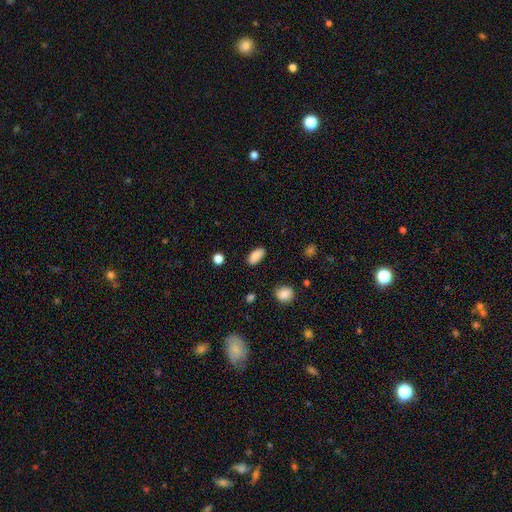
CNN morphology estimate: Q: Smooth or featured?
A: smooth (87%); runner-up: star or artifact (8%)
Q: How rounded?
A: in between (90%); runner-up: cigar-shaped (6%)
Q: Merging?
A: none (86%); runner-up: minor disturbance (10%)